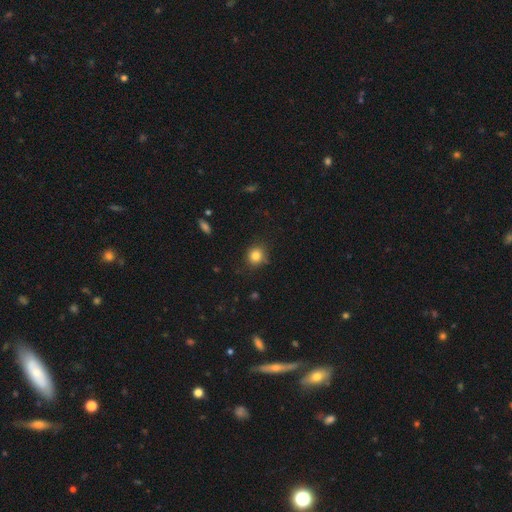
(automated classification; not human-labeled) Smooth or featured: smooth — 83% (star or artifact — 11%)
How rounded: round — 84% (in between — 15%)
Merging: none — 82% (minor disturbance — 13%)